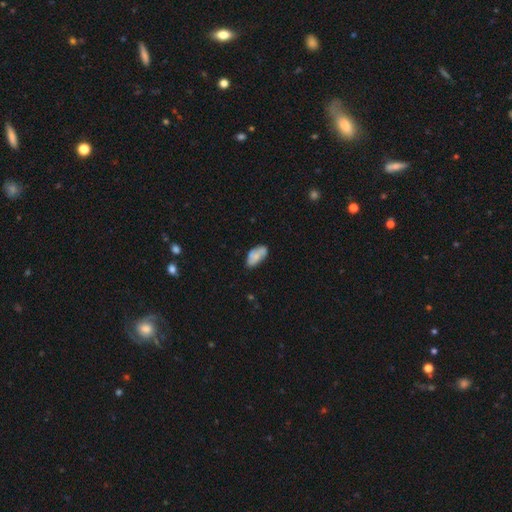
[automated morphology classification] The model was most divided on "smooth or featured": smooth: 65%, featured or disk: 28%, star or artifact: 7%. More confident: how rounded — in between (93%); merging — none (65%).